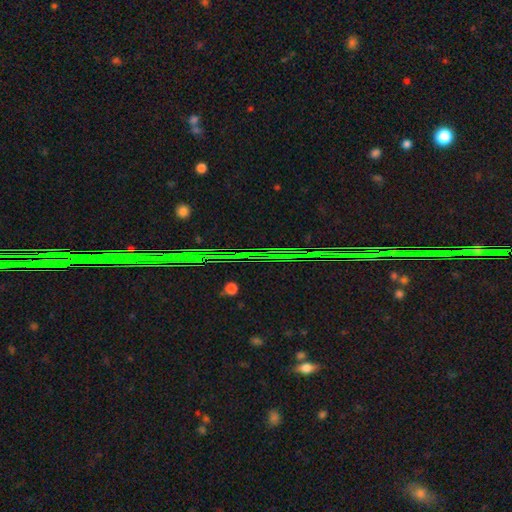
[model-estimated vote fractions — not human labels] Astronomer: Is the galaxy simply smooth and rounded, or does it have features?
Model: star or artifact — 80%.